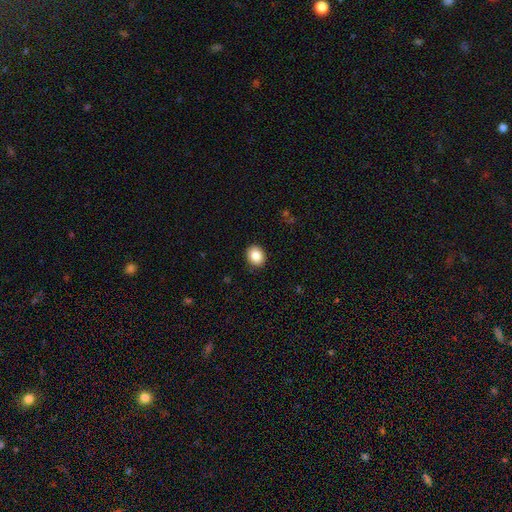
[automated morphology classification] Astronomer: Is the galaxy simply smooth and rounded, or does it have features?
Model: smooth — 86%.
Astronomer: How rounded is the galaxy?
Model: round — 55% (runner-up: in between, 44%).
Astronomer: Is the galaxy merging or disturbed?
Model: none — 91%.